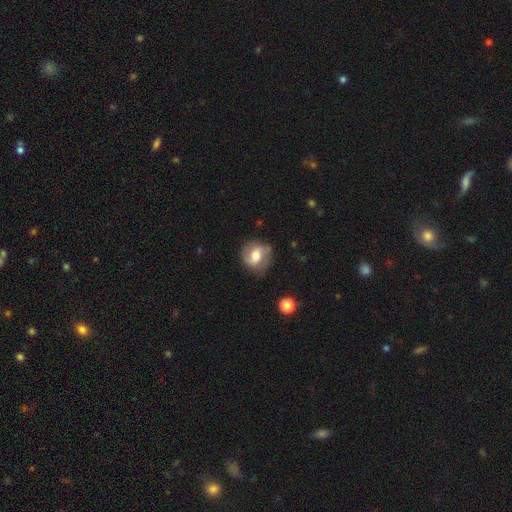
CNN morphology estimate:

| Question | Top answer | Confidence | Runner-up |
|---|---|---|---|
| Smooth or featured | featured or disk | 60% | smooth (32%) |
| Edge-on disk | no | 97% | yes (3%) |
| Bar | weak | 49% | no (34%) |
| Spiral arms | yes | 88% | no (12%) |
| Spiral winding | medium | 45% | loose (31%) |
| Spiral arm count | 2 | 84% | can't tell (7%) |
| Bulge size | moderate | 61% | large (21%) |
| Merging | none | 73% | minor disturbance (18%) |